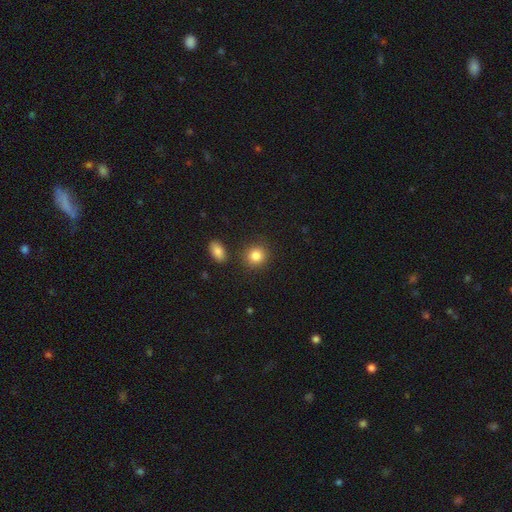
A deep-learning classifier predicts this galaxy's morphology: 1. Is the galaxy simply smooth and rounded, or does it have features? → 86% smooth, 9% star or artifact, 5% featured or disk.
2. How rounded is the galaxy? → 82% round, 17% in between, 1% cigar-shaped.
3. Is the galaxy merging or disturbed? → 84% none, 8% minor disturbance, 5% merger, 3% major disturbance.